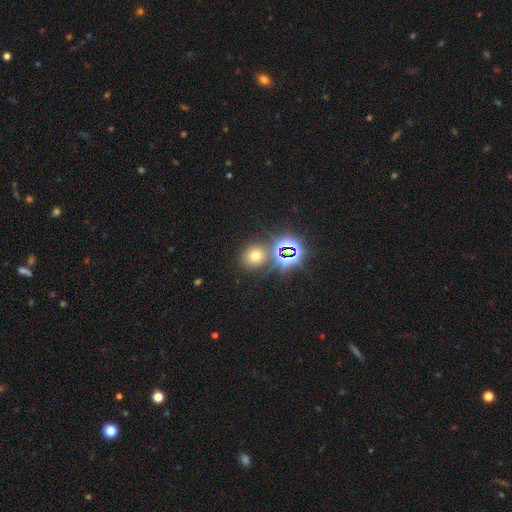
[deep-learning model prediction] smooth_or_featured: smooth (p=0.56) [alt: star or artifact p=0.34]
how_rounded: round (p=0.81) [alt: in between p=0.18]
merging: none (p=0.76) [alt: merger p=0.11]